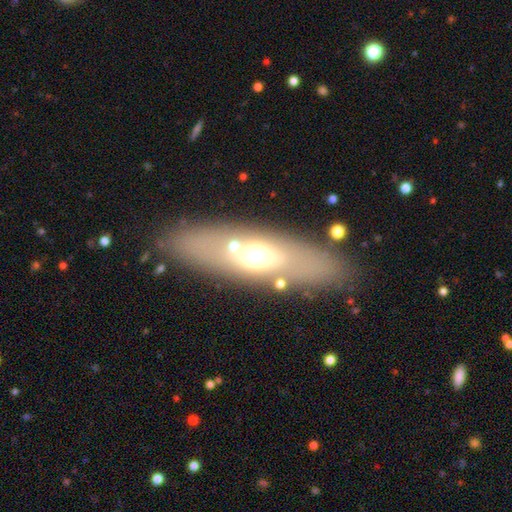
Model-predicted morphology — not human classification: smooth-or-featured: smooth: 51% | featured or disk: 38% | star or artifact: 11%
  how-rounded: in between: 54% | cigar-shaped: 40% | round: 6%
  merging: none: 82% | minor disturbance: 9% | major disturbance: 5% | merger: 3%